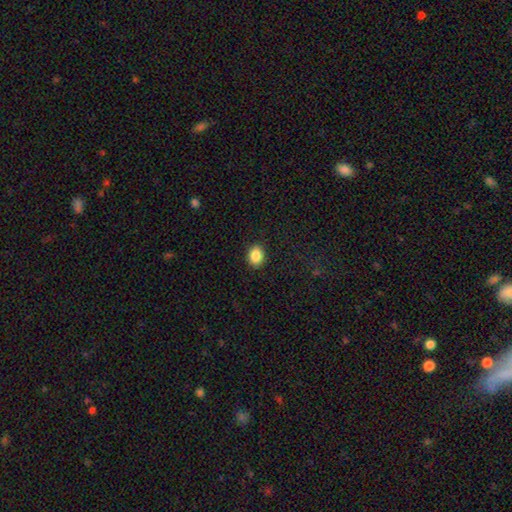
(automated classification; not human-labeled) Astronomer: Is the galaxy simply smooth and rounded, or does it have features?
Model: smooth — 87%.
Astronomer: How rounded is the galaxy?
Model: in between — 66%.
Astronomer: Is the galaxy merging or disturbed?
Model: none — 89%.